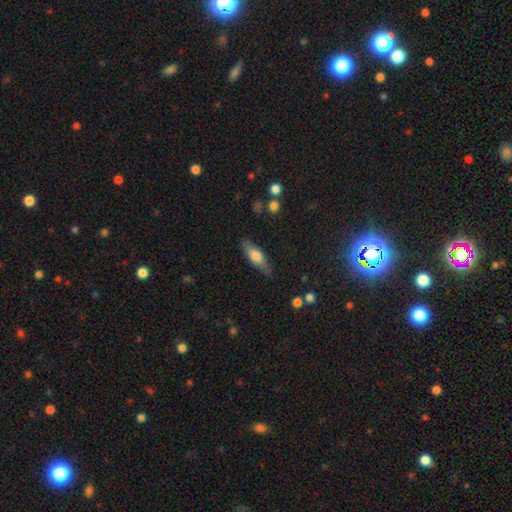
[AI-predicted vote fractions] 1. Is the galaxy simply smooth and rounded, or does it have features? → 65% smooth, 29% featured or disk, 6% star or artifact.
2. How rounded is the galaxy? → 51% in between, 46% cigar-shaped, 2% round.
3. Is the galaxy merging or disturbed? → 79% none, 16% minor disturbance, 3% major disturbance, 2% merger.